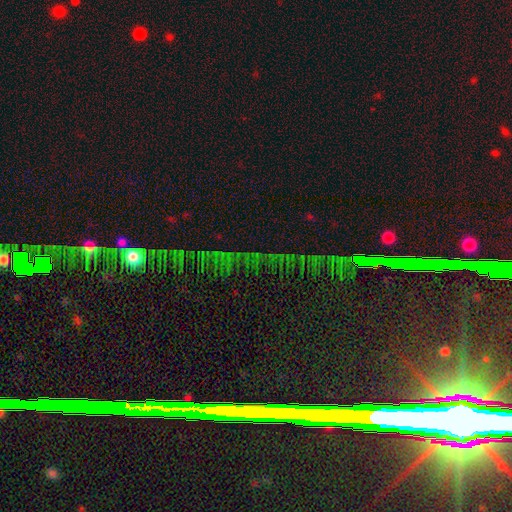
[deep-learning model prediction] Overall: star or artifact (79%).